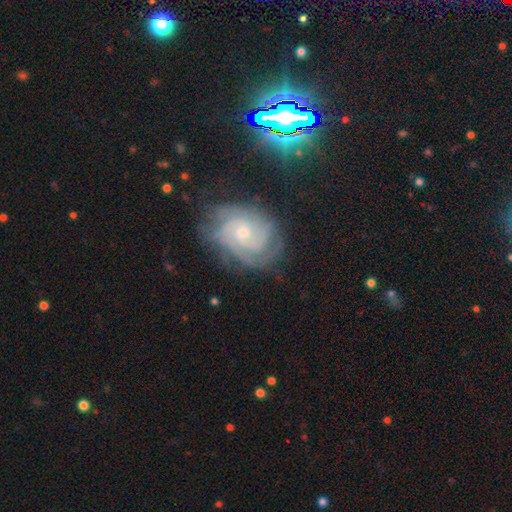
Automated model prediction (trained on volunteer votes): This is clearly a featured or disk galaxy (81%). It is clearly not viewed edge-on (97%). Bar: likely no (70%). Spiral arm pattern: clearly yes (97%). Spiral arm count: marginally can't tell (30%). Spiral winding: likely tight (71%). Central bulge: likely small (61%). Merging: likely none (75%).